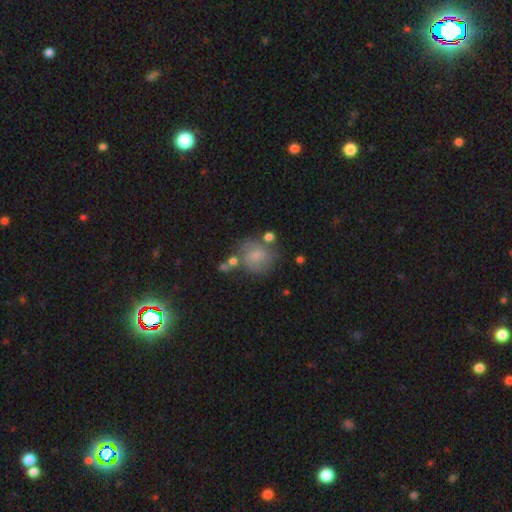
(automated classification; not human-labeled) The model was most divided on "smooth or featured": smooth: 57%, featured or disk: 33%, star or artifact: 10%. More confident: how rounded — round (85%); merging — none (57%).